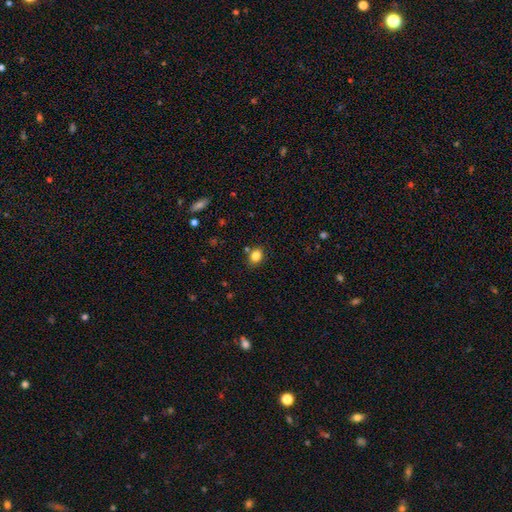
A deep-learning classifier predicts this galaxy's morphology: The model was most divided on "how rounded": in between: 53%, round: 46%, cigar-shaped: 1%. More confident: smooth or featured — smooth (83%); merging — none (80%).